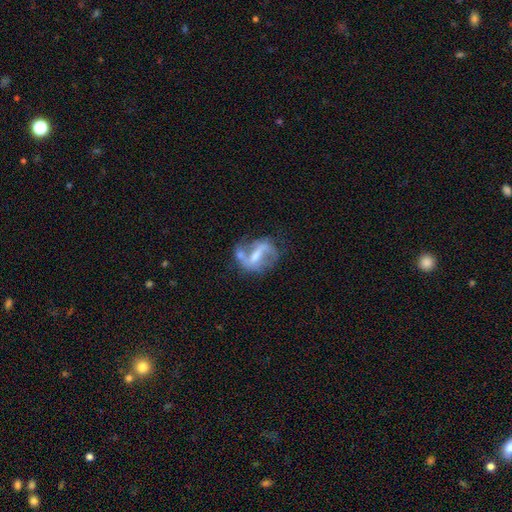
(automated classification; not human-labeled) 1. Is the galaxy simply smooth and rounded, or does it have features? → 76% featured or disk, 16% smooth, 8% star or artifact.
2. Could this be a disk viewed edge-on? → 95% no, 5% yes.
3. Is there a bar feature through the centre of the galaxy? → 40% strong (tied), 40% weak (tied), 19% no.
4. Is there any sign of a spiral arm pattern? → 76% yes, 24% no.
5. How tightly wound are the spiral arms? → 48% loose, 38% medium, 14% tight.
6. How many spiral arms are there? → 77% 2, 10% 1, 10% can't tell, 2% 3, 1% 4, 1% more than 4.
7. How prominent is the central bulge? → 46% moderate, 41% small, 8% none, 4% large, 1% dominant.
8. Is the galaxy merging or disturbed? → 40% none, 23% merger, 20% minor disturbance, 17% major disturbance.